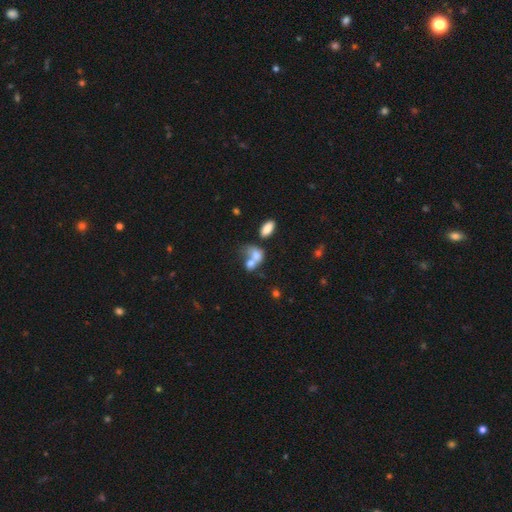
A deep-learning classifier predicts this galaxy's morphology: A smooth galaxy with no disk features (69%) that is in between round and cigar-shaped (70%). Merging: merger (64%).